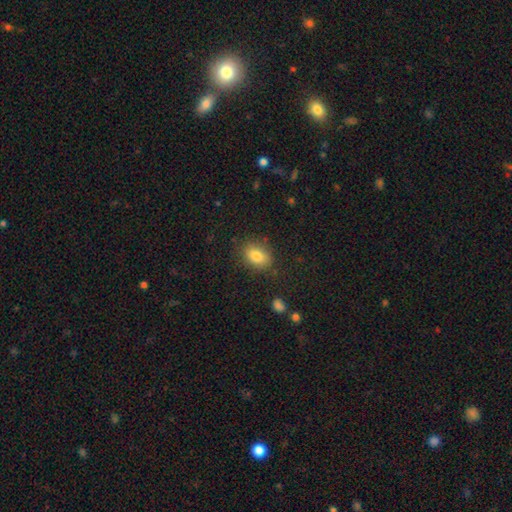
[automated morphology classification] This appears to be a smooth galaxy with no disk features (83%) that is in between round and cigar-shaped (69%). Merging: none (81%).